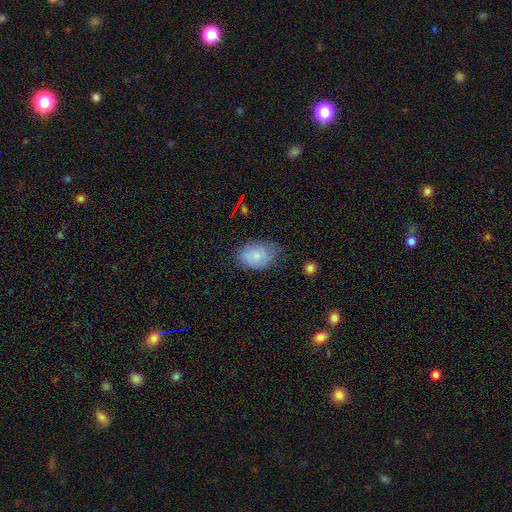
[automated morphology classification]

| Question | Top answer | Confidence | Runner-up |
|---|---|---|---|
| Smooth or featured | smooth | 78% | featured or disk (14%) |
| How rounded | in between | 87% | round (12%) |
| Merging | none | 63% | minor disturbance (29%) |